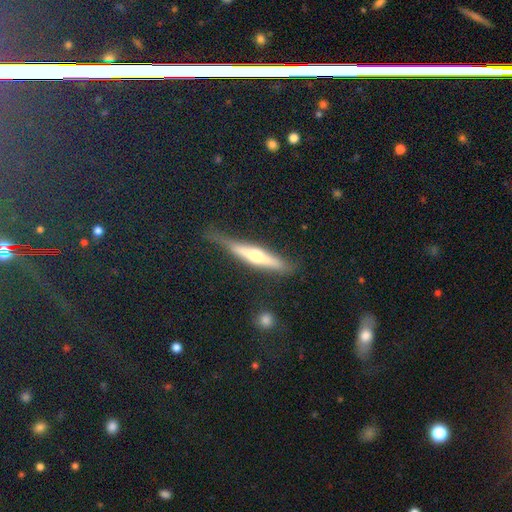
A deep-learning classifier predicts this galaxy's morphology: Smooth or featured? featured or disk (65%)
Edge-on disk? yes (95%)
Edge-on bulge? rounded (83%)
Merging? none (76%)